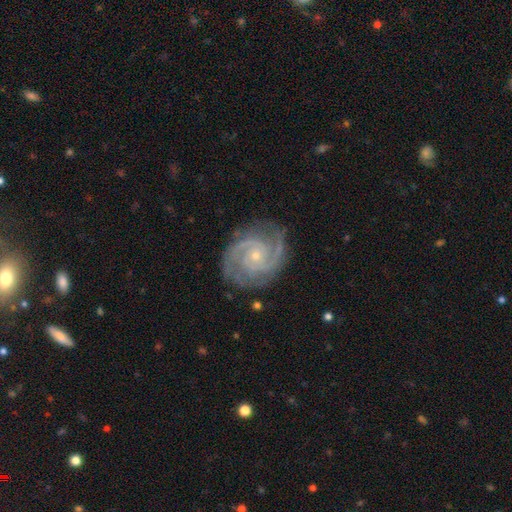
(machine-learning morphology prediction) Overall: featured or disk (92%). Edge-on disk: no (98%). Bar: no (72%). Spiral arms: yes (98%). Spiral arm count: 2 (58%; 3 21%). Spiral winding: tight (57%; medium 38%). Bulge size: small (78%). Merging: none (79%).